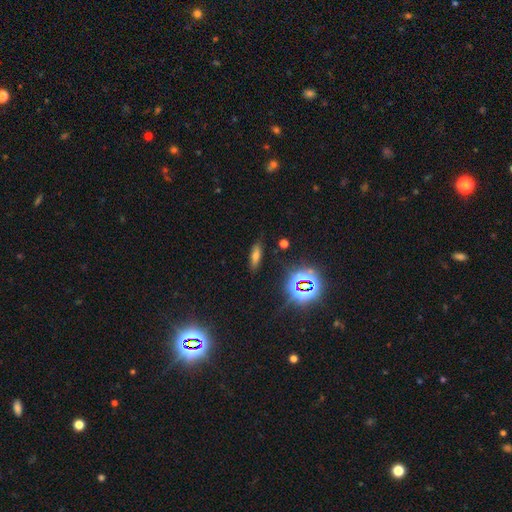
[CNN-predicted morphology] Overall: smooth (57%; star or artifact 26%). How rounded: cigar-shaped (51%; in between 44%). Merging: none (83%).